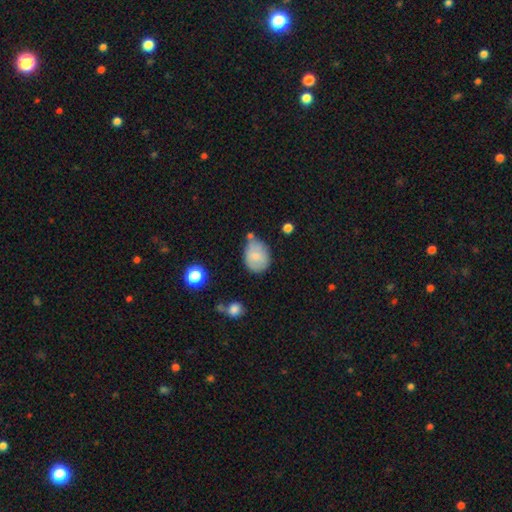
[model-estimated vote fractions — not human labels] smooth 77%, featured or disk 16%, star or artifact 8%. Down the decision tree: how rounded — in between (55%); merging — none (57%).